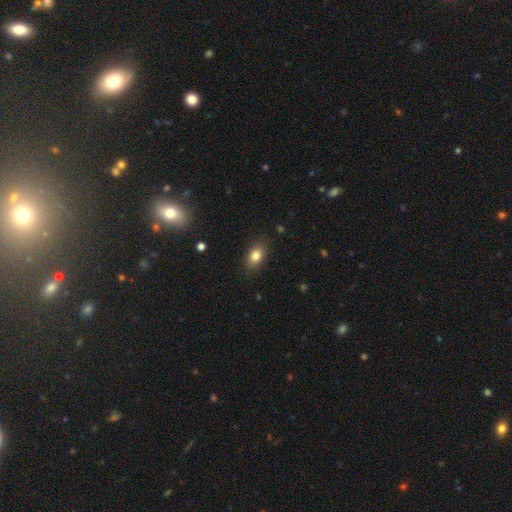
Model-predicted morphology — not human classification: Smooth or featured: smooth — 83% (star or artifact — 9%)
How rounded: in between — 81% (round — 17%)
Merging: none — 85% (minor disturbance — 11%)